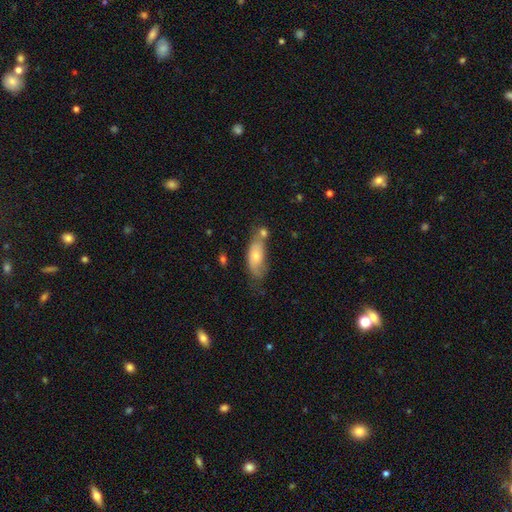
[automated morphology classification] A smooth galaxy with no disk features (69%) that is in between round and cigar-shaped (81%). Merging: none (42%).